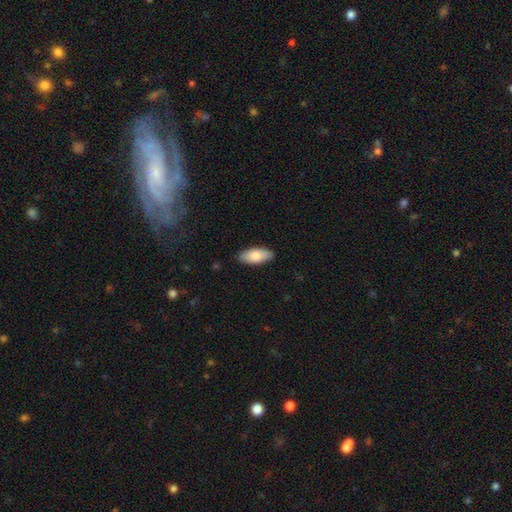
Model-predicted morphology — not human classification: smooth_or_featured: smooth (p=0.82) [alt: featured or disk p=0.12]
how_rounded: in between (p=0.87) [alt: cigar-shaped p=0.11]
merging: none (p=0.87) [alt: minor disturbance p=0.10]